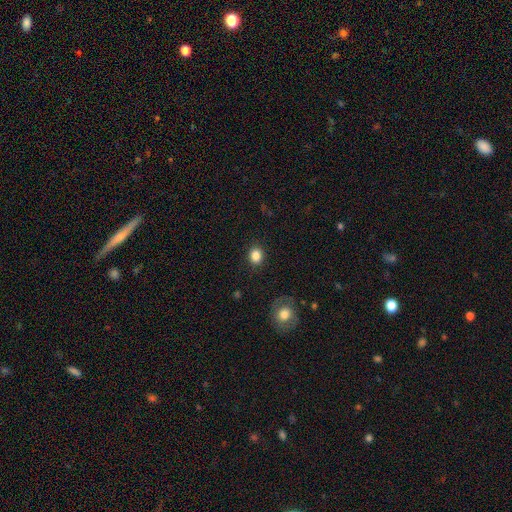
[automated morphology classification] A smooth galaxy with no disk features (85%) that is round (67%).

Vote fractions:
- Smooth or featured? smooth: 85% / star or artifact: 10% / featured or disk: 5%
- How rounded? round: 67% / in between: 32% / cigar-shaped: 1%
- Merging? none: 88% / minor disturbance: 8% / major disturbance: 3% / merger: 1%